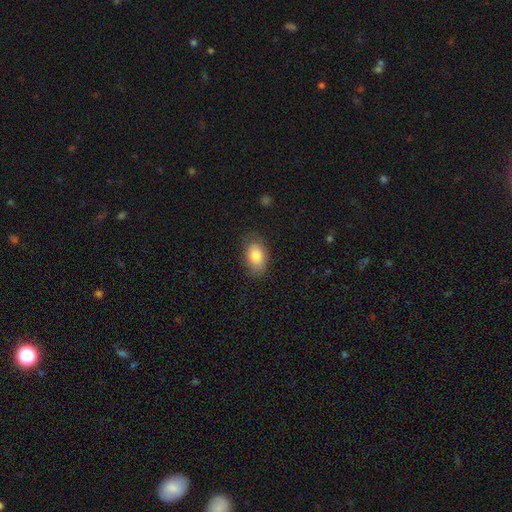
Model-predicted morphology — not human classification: smooth 82%, featured or disk 11%, star or artifact 8%. Down the decision tree: how rounded — in between (86%); merging — none (79%).